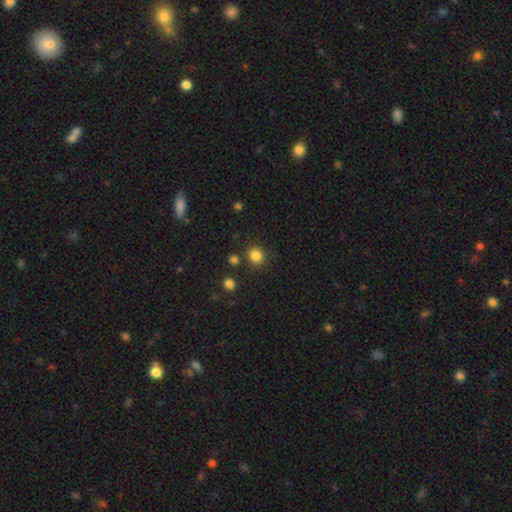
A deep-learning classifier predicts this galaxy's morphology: Smooth or featured? Predicted: smooth (p=0.83). How rounded? Predicted: round (p=0.87). Merging? Predicted: none (p=0.84).